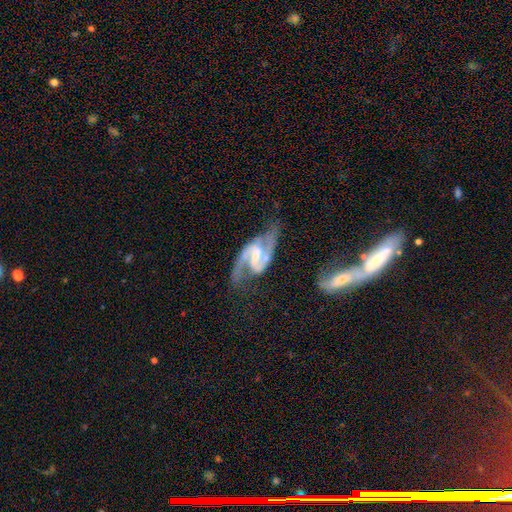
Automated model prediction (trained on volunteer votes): Morphology: type=featured or disk (92%); edge-on=no (97%); bar=weak (45%); spiral arms=yes (98%); winding=medium (58%); arm count=2 (93%); bulge=small (47%); merging=none (66%).